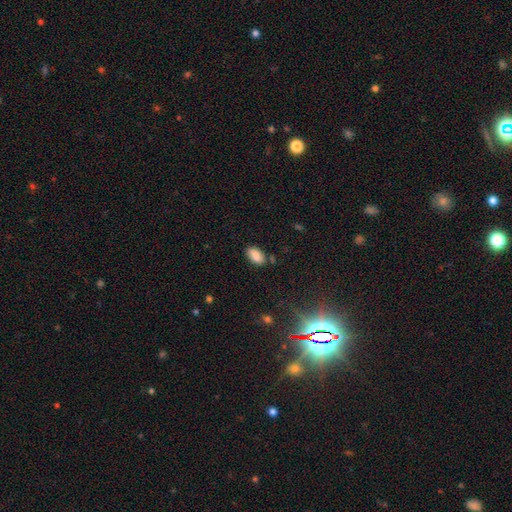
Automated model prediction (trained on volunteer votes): smooth 83%, star or artifact 9%, featured or disk 8%. Down the decision tree: how rounded — in between (94%); merging — none (80%).